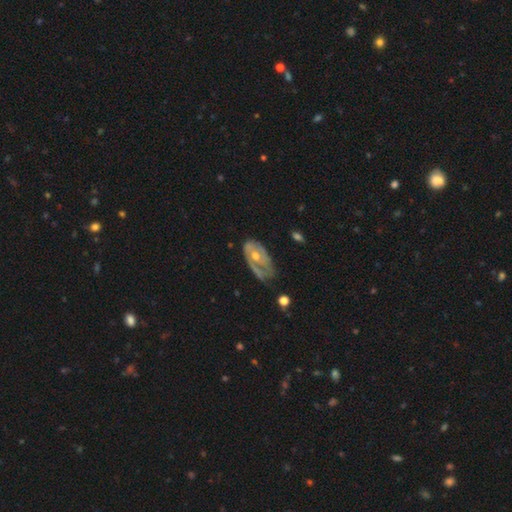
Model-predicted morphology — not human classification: Smooth or featured? Predicted: featured or disk (p=0.71). Edge-on disk? Predicted: no (p=0.93). Bar? Predicted: no (p=0.72). Spiral arms? Predicted: yes (p=0.66). Bulge size? Predicted: moderate (p=0.62). Merging? Predicted: none (p=0.43).